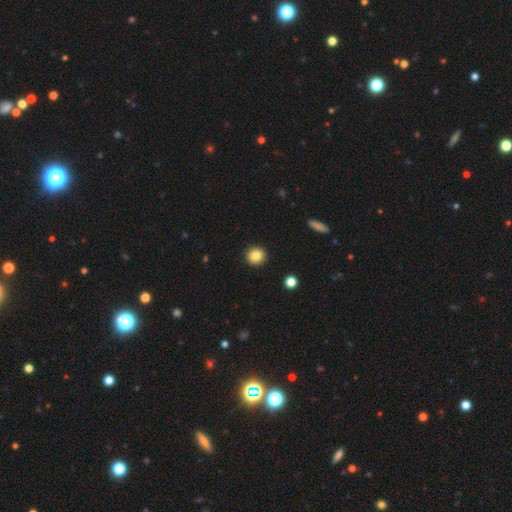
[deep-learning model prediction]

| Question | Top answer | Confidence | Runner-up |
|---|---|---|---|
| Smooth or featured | smooth | 85% | star or artifact (9%) |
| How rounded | round | 90% | in between (9%) |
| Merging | none | 93% | minor disturbance (5%) |